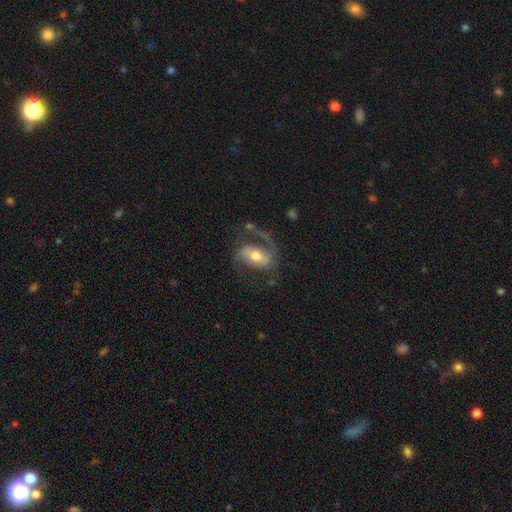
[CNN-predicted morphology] This appears to be a featured or disk galaxy (80%) with a strong bar (39%, tied with weak), 2 (82%) medium (51%) spiral arms (91%) and a moderate central bulge (69%). Merging: none (60%).